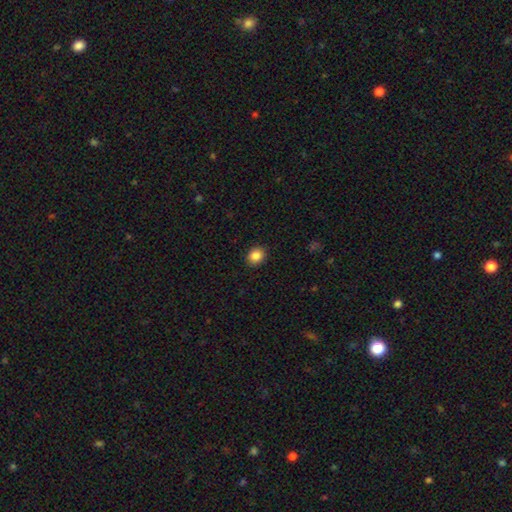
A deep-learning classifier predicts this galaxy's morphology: smooth-or-featured: smooth: 86% | star or artifact: 10% | featured or disk: 4%
  how-rounded: round: 63% | in between: 36% | cigar-shaped: 1%
  merging: none: 91% | minor disturbance: 6% | major disturbance: 2% | merger: 1%